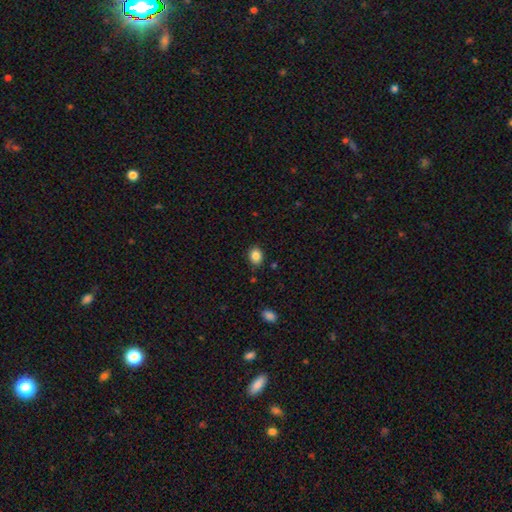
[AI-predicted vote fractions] This is clearly a smooth galaxy (85%). How rounded: possibly in between (52%). Merging: clearly none (85%).